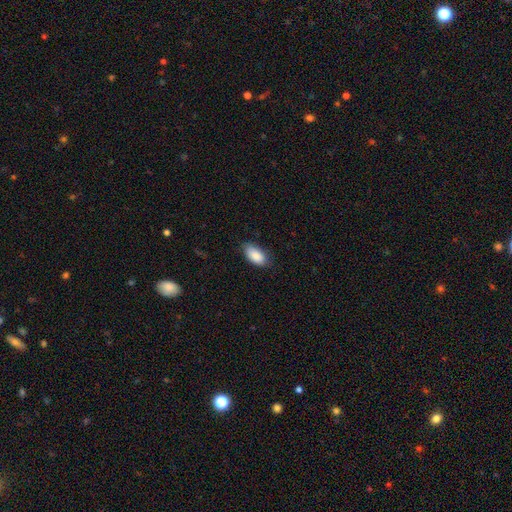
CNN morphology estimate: This appears to be a smooth galaxy with no disk features (88%) that is in between round and cigar-shaped (93%). Merging: none (76%).